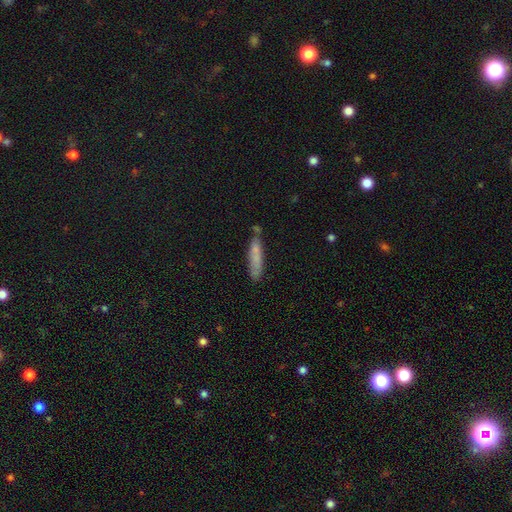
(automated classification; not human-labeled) Overall: smooth (72%). How rounded: cigar-shaped (87%). Merging: none (64%).